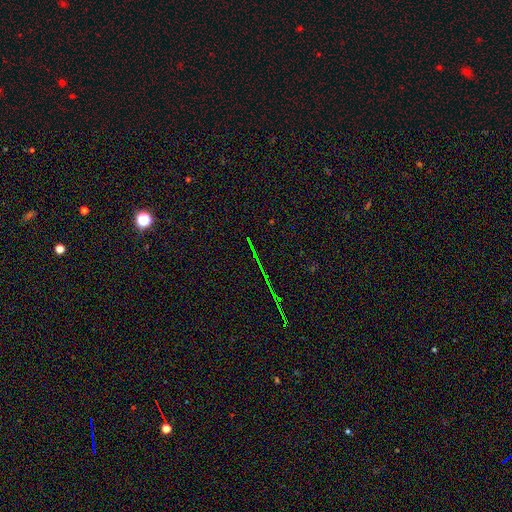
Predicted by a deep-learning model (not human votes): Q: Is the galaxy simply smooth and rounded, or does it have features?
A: star or artifact — 80%.